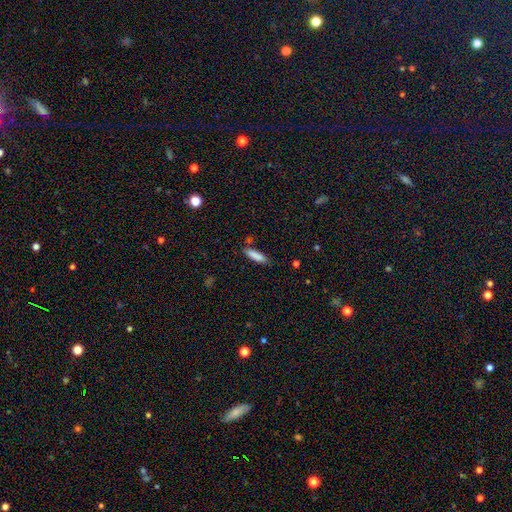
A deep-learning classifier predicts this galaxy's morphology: This appears to be a smooth galaxy with no disk features (85%) that is cigar-shaped (67%). Merging: none (79%).